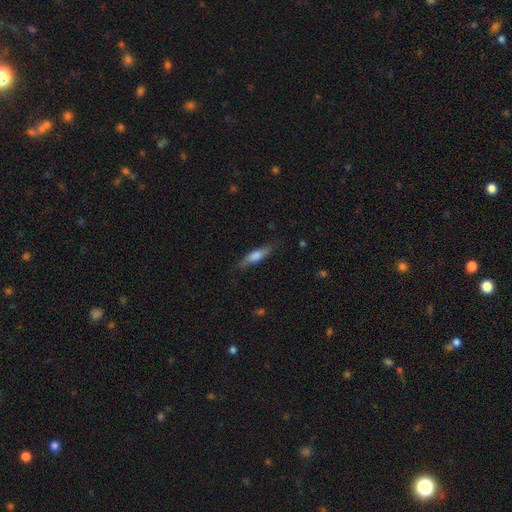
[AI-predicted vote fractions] Smooth or featured? Predicted: smooth (p=0.62). How rounded? Predicted: cigar-shaped (p=0.67). Merging? Predicted: none (p=0.77).